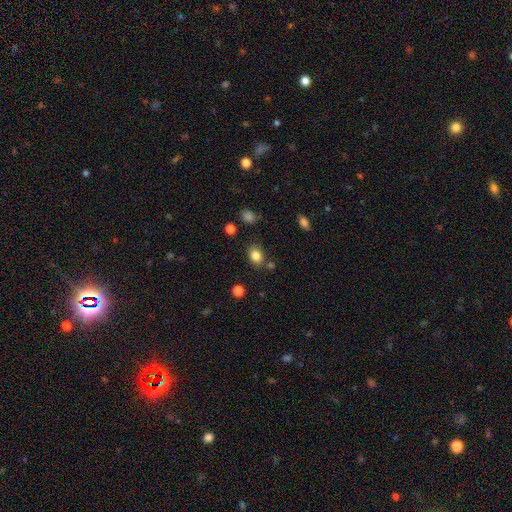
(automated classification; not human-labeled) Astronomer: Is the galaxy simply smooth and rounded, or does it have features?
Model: smooth — 83%.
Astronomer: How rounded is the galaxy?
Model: in between — 56% (runner-up: round, 43%).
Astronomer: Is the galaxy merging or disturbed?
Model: none — 78%.